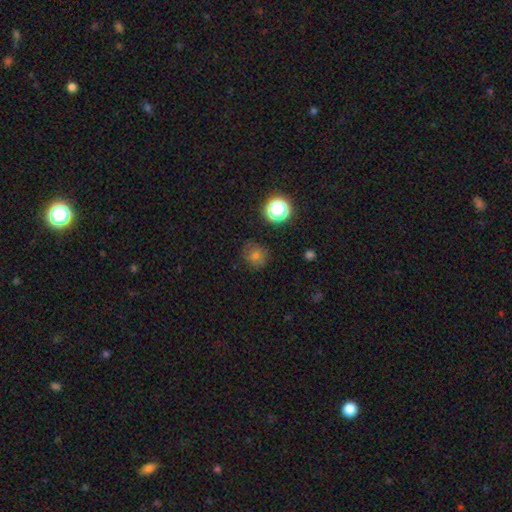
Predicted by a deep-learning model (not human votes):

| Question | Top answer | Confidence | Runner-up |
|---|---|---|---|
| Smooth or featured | smooth | 70% | star or artifact (20%) |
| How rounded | round | 85% | in between (14%) |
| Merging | none | 77% | minor disturbance (16%) |